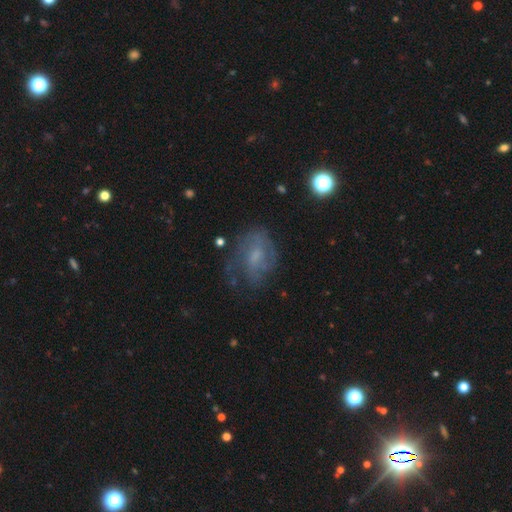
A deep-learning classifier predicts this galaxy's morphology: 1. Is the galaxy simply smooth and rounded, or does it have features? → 57% featured or disk, 31% smooth, 12% star or artifact.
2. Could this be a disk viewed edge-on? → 96% no, 4% yes.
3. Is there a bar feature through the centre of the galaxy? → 56% no, 37% weak, 6% strong.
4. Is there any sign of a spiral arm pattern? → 69% yes, 31% no.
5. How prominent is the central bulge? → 46% small, 33% moderate, 17% none, 3% large, 1% dominant.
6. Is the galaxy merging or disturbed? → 55% none, 24% minor disturbance, 19% major disturbance, 2% merger.